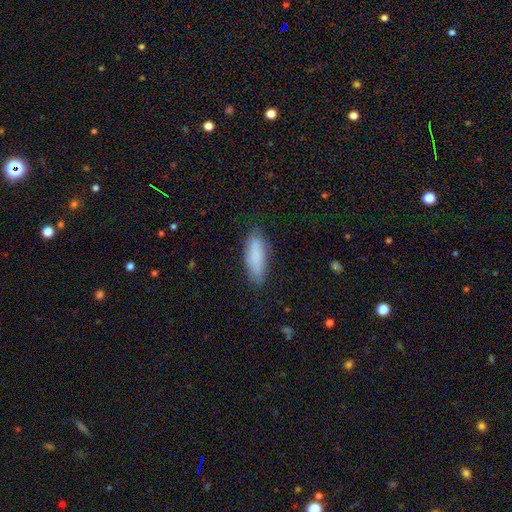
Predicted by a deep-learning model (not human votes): Smooth or featured? smooth (84%)
How rounded? in between (59%)
Merging? none (78%)